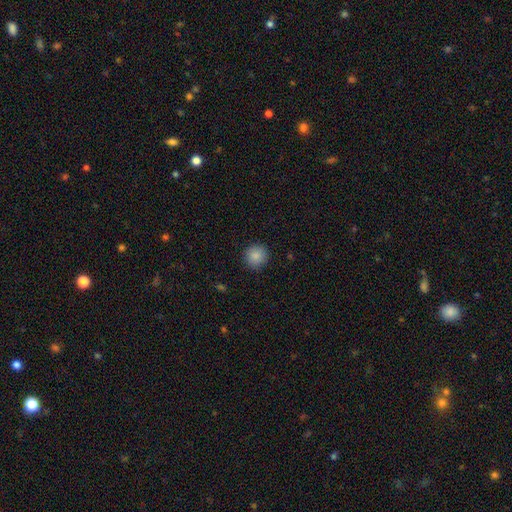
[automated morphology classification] Smooth or featured: smooth — 87% (star or artifact — 9%)
How rounded: round — 92% (in between — 7%)
Merging: none — 90% (minor disturbance — 7%)